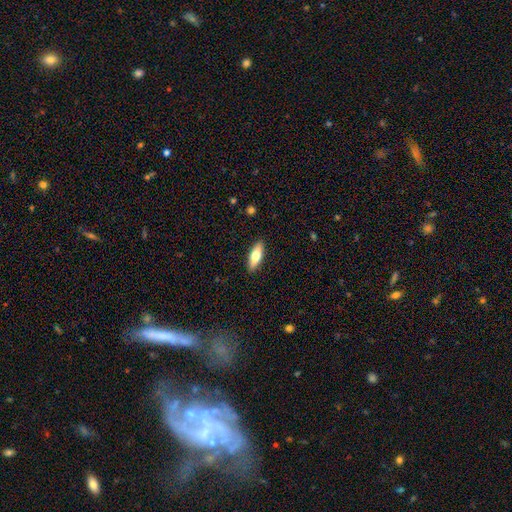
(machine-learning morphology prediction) Smooth or featured: smooth — 69% (featured or disk — 25%)
How rounded: in between — 62% (cigar-shaped — 36%)
Merging: none — 90% (minor disturbance — 7%)